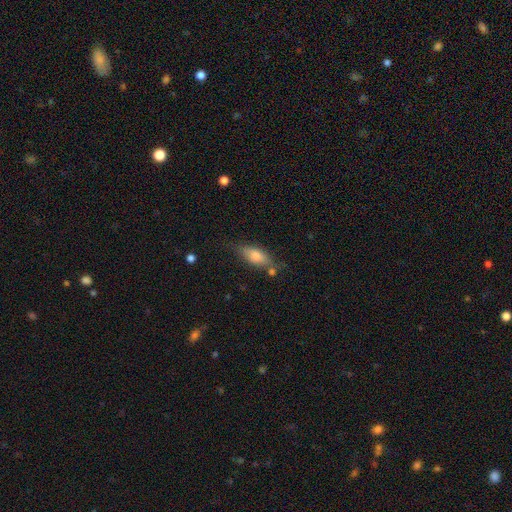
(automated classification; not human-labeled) Smooth or featured: smooth — 68% (featured or disk — 24%)
How rounded: in between — 72% (cigar-shaped — 24%)
Merging: none — 67% (minor disturbance — 19%)